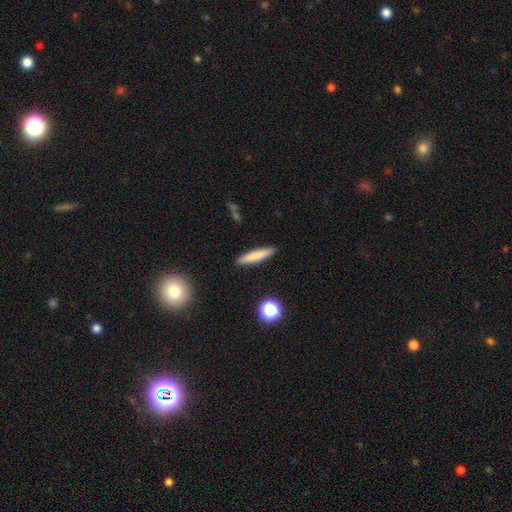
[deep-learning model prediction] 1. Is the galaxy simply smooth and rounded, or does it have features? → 79% smooth, 14% featured or disk, 8% star or artifact.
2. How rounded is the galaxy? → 87% cigar-shaped, 11% in between, 2% round.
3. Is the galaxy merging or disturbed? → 90% none, 7% minor disturbance, 2% major disturbance, 1% merger.